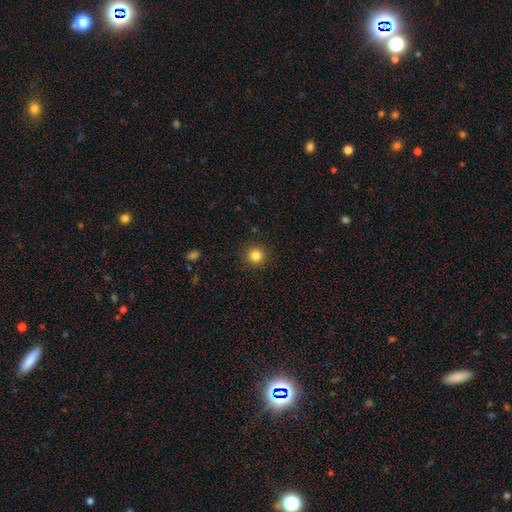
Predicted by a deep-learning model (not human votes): Q: Smooth or featured?
A: smooth (83%); runner-up: star or artifact (12%)
Q: How rounded?
A: round (94%); runner-up: in between (5%)
Q: Merging?
A: none (91%); runner-up: minor disturbance (6%)